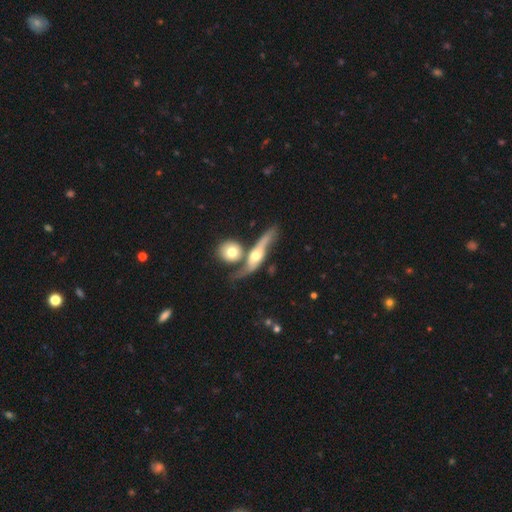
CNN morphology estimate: Smooth or featured? featured or disk (67%)
Edge-on disk? yes (54%)
Merging? none (36%)